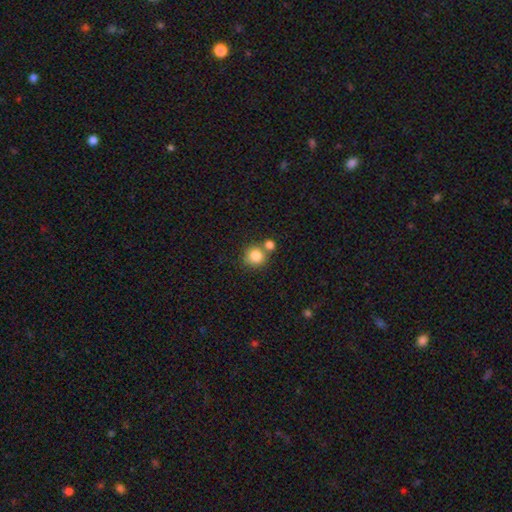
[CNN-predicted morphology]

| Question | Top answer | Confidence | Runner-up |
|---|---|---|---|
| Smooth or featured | smooth | 84% | star or artifact (10%) |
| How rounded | round | 89% | in between (10%) |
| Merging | none | 58% | merger (30%) |